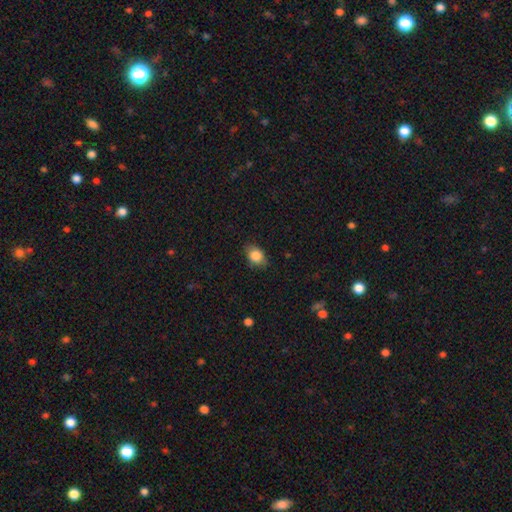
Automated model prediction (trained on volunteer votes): The model was most divided on "how rounded": in between: 75%, round: 23%, cigar-shaped: 2%. More confident: smooth or featured — smooth (84%); merging — none (81%).